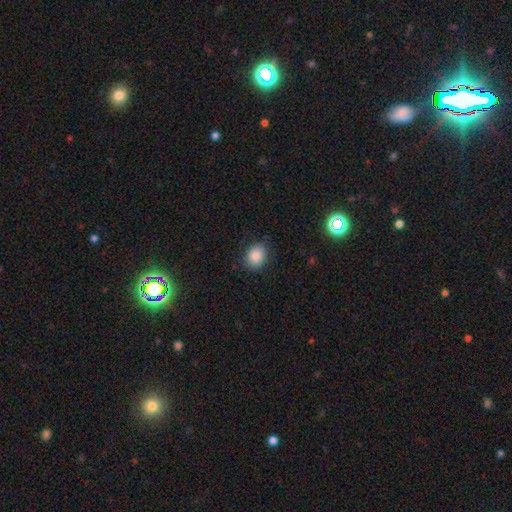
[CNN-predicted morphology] type=smooth (87%); roundness=round (56%); merging=none (85%).